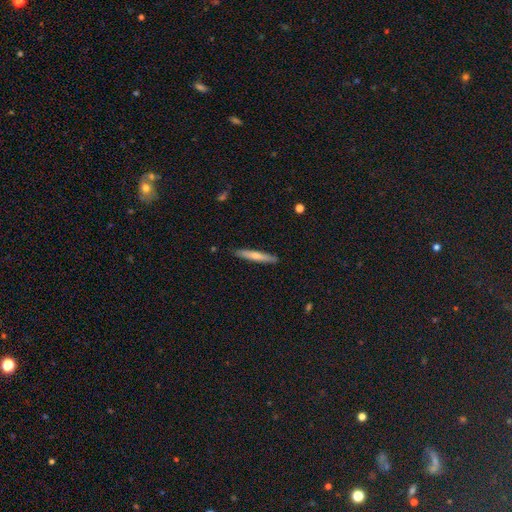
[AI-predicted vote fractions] smooth 61%, featured or disk 34%, star or artifact 5%. Down the decision tree: how rounded — cigar-shaped (93%); merging — none (88%).